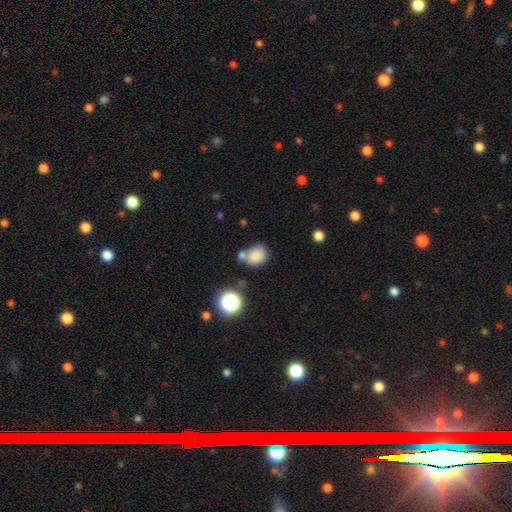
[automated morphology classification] Smooth or featured?
  - smooth: 81% *
  - star or artifact: 12%
  - featured or disk: 7%
How rounded?
  - round: 52% *
  - in between: 47%
  - cigar-shaped: 1%
Merging?
  - none: 54% *
  - merger: 24%
  - minor disturbance: 16%
  - major disturbance: 6%